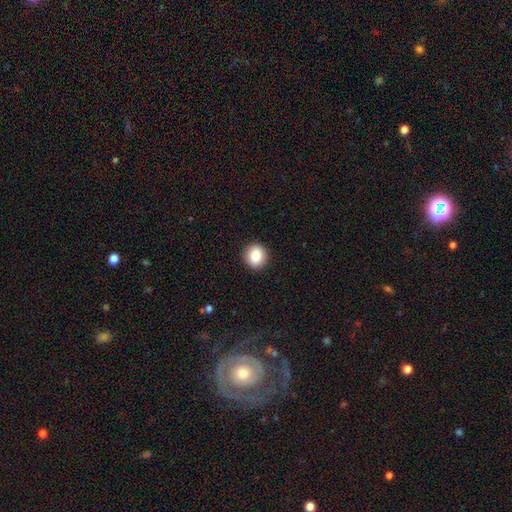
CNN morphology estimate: smooth-or-featured: smooth: 84% | star or artifact: 9% | featured or disk: 7%
  how-rounded: round: 85% | in between: 14% | cigar-shaped: 1%
  merging: none: 92% | minor disturbance: 5% | major disturbance: 2% | merger: 1%